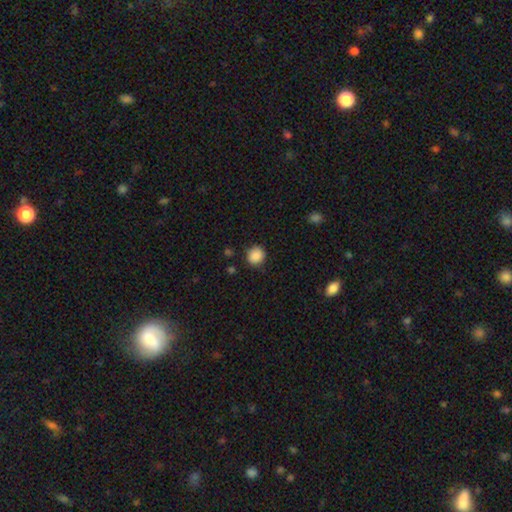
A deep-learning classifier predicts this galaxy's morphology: A smooth galaxy with no disk features (88%) that is round (88%). Merging: none (87%).